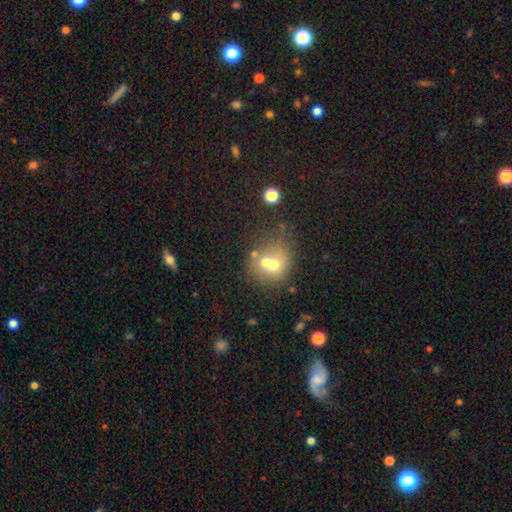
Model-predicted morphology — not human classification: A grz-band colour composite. It shows a smooth galaxy with no disk features (56%) that is round (69%). Merging: merger (56%).